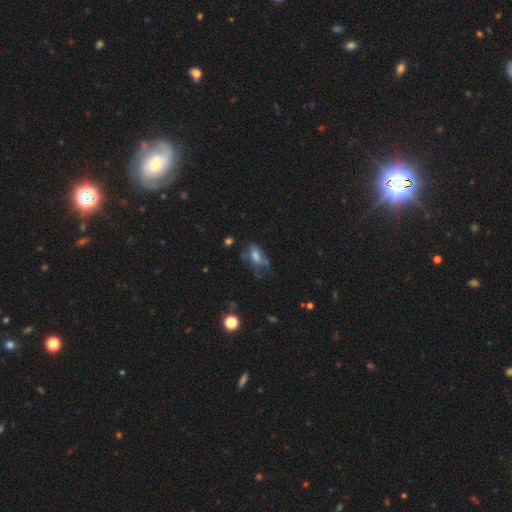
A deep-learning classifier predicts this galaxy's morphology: Smooth or featured? Predicted: featured or disk (p=0.41, tied with smooth). Merging? Predicted: none (p=0.37).